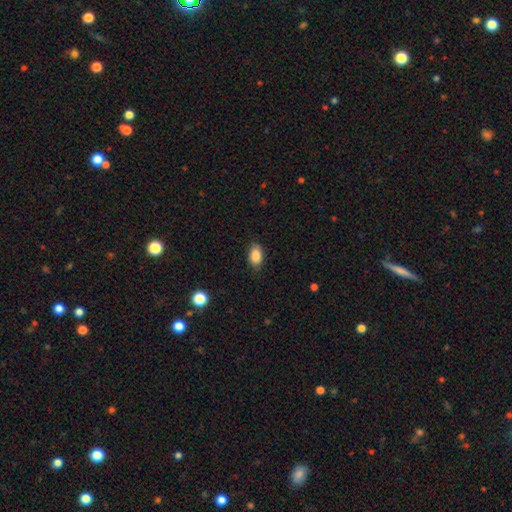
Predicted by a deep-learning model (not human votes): Smooth or featured? smooth (87%)
How rounded? in between (89%)
Merging? none (84%)